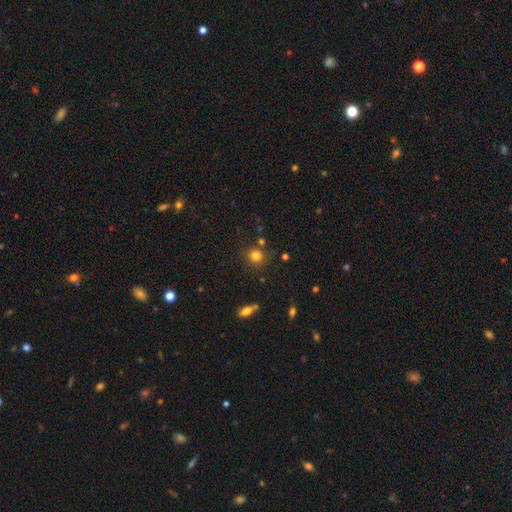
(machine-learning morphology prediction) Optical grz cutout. It shows a smooth galaxy with no disk features (80%) that is round (89%). Merging: none (79%).